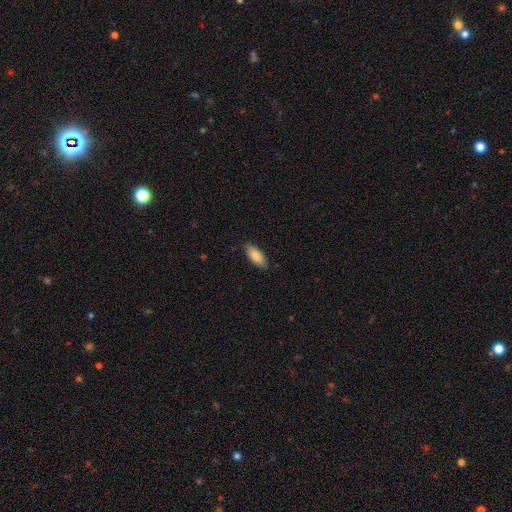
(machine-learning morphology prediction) smooth-or-featured: smooth: 81% | featured or disk: 13% | star or artifact: 6%
  how-rounded: in between: 80% | cigar-shaped: 18% | round: 2%
  merging: none: 86% | minor disturbance: 11% | major disturbance: 2% | merger: 1%